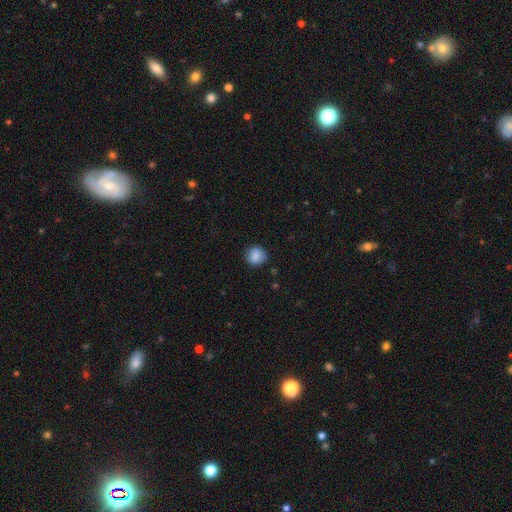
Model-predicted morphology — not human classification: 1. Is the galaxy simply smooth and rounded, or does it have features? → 85% smooth, 9% star or artifact, 6% featured or disk.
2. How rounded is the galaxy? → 85% round, 14% in between, 1% cigar-shaped.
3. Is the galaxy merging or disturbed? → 83% none, 13% minor disturbance, 3% major disturbance, 1% merger.